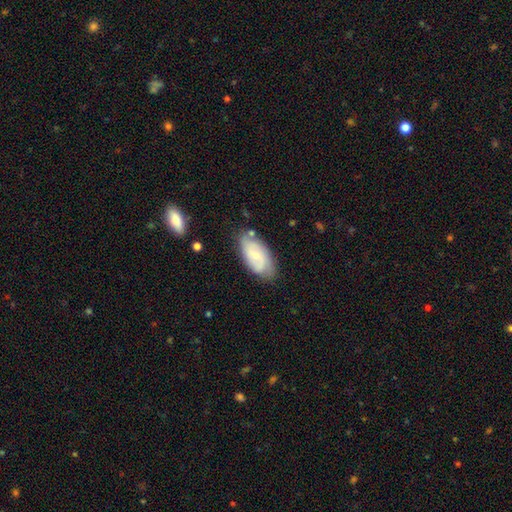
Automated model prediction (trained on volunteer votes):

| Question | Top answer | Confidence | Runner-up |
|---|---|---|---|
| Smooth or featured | featured or disk | 56% | smooth (38%) |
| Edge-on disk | no | 94% | yes (6%) |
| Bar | no | 65% | weak (30%) |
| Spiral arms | yes | 85% | no (15%) |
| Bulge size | small | 69% | moderate (26%) |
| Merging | none | 69% | minor disturbance (22%) |